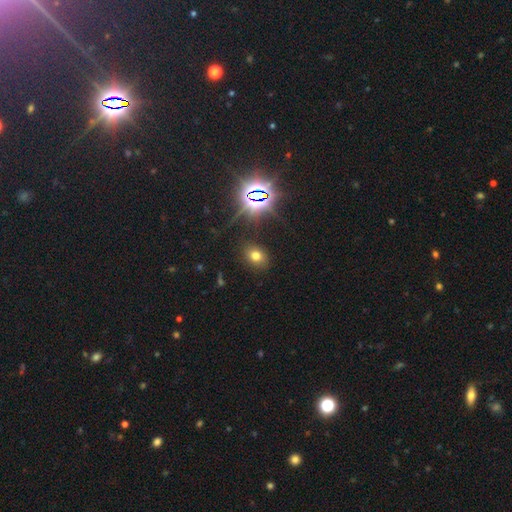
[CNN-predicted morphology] A smooth galaxy with no disk features (65%) that is in between round and cigar-shaped (60%). Merging: none (86%).